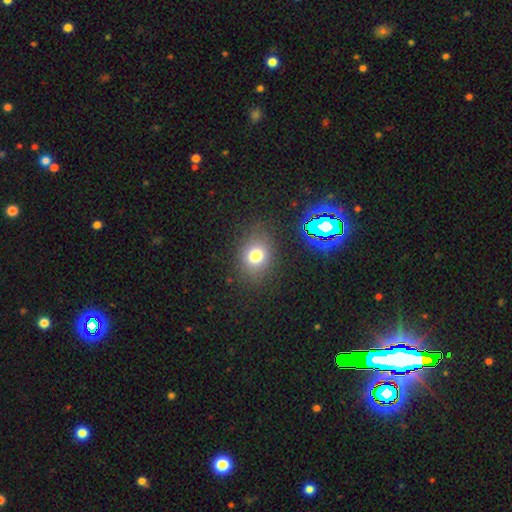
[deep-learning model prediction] The model was most divided on "how rounded": round: 56%, in between: 43%, cigar-shaped: 1%. More confident: merging — none (81%); smooth or featured — smooth (74%).